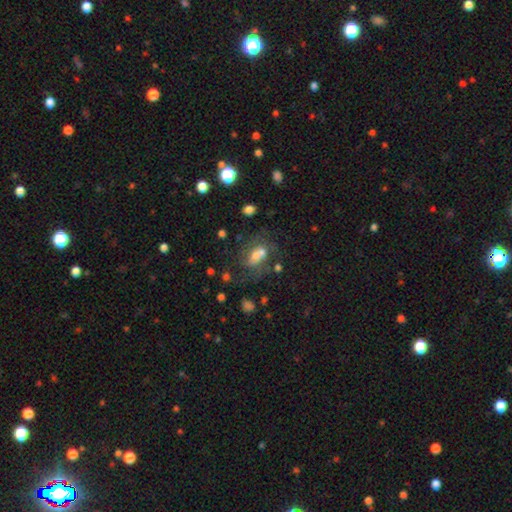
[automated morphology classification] Smooth or featured?
  - smooth: 48% *
  - featured or disk: 34%
  - star or artifact: 18%
Merging?
  - merger: 38% *
  - none: 36%
  - minor disturbance: 14%
  - major disturbance: 12%